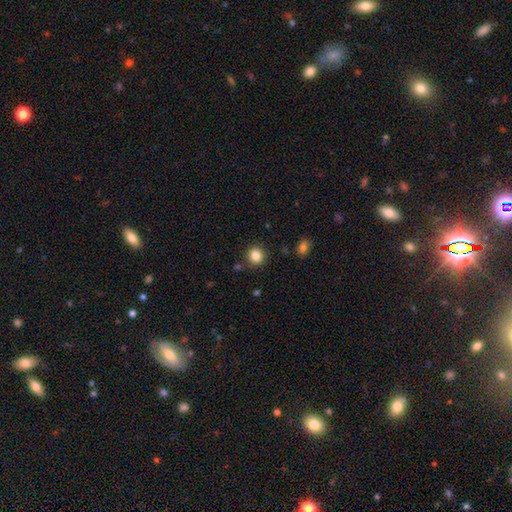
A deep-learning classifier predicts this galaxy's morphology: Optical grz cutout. It shows a smooth galaxy with no disk features (85%) that is round (90%). Merging: none (88%).